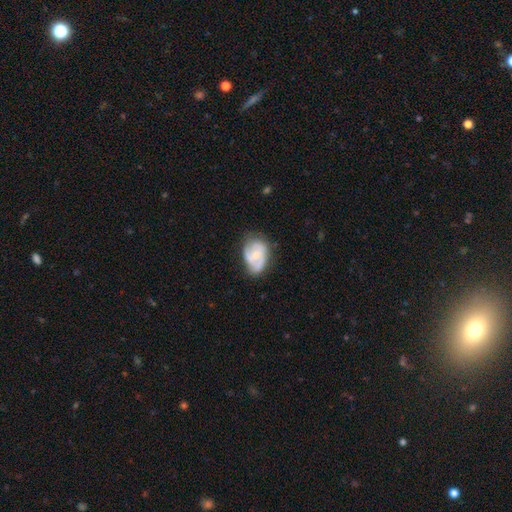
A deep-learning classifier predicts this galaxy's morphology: Smooth or featured? Predicted: featured or disk (p=0.55). Edge-on disk? Predicted: no (p=0.96). Bar? Predicted: no (p=0.74). Spiral arms? Predicted: yes (p=0.62). Bulge size? Predicted: small (p=0.48). Merging? Predicted: none (p=0.49).